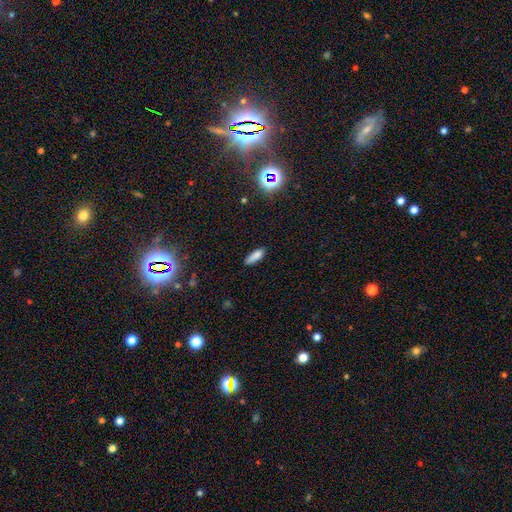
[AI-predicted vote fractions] Smooth or featured?
  - smooth: 81% *
  - star or artifact: 11%
  - featured or disk: 8%
How rounded?
  - in between: 58% *
  - cigar-shaped: 40%
  - round: 2%
Merging?
  - none: 75% *
  - minor disturbance: 19%
  - major disturbance: 4%
  - merger: 2%